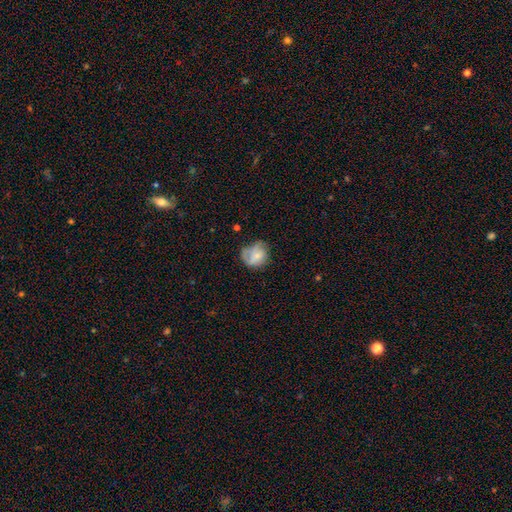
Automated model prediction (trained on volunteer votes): A smooth galaxy with no disk features (62%) that is round (67%). Merging: none (43%).